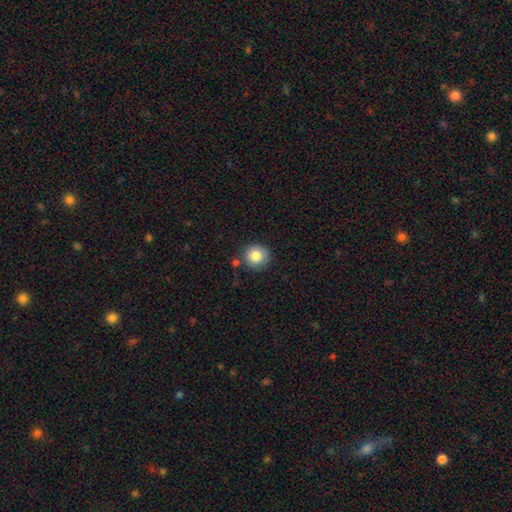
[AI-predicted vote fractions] This is clearly a smooth galaxy (84%). How rounded: clearly round (93%). Merging: clearly none (81%).